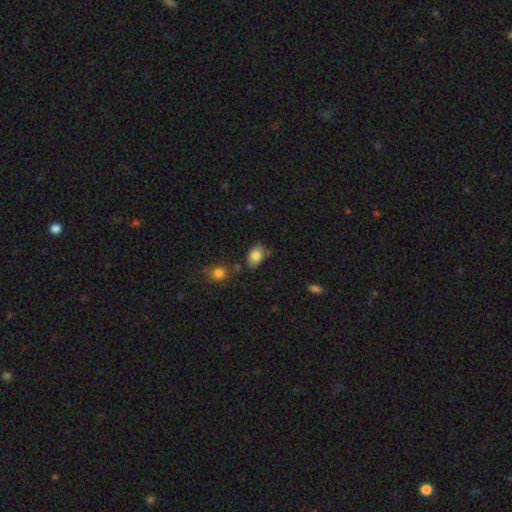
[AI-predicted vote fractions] Overall: smooth (83%). How rounded: in between (82%). Merging: none (68%).